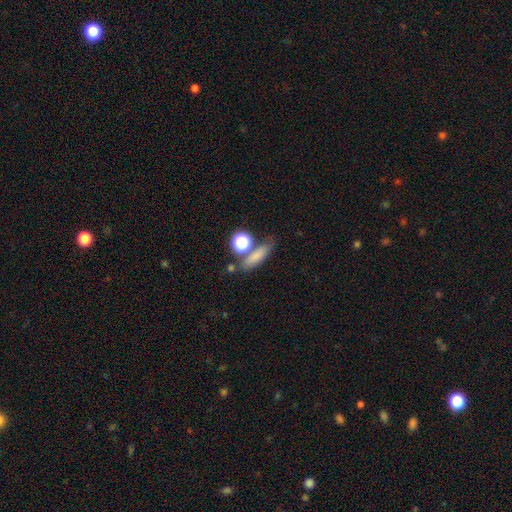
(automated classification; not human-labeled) smooth 75%, star or artifact 12%, featured or disk 12%. Down the decision tree: how rounded — cigar-shaped (44%); merging — none (67%).